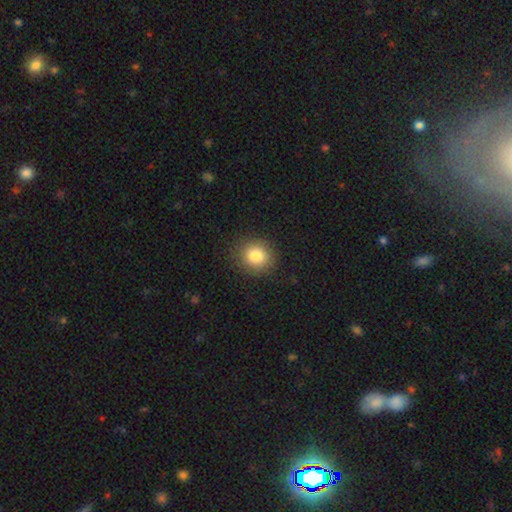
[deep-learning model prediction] Smooth or featured: smooth — 83% (star or artifact — 10%)
How rounded: round — 81% (in between — 18%)
Merging: none — 88% (minor disturbance — 9%)